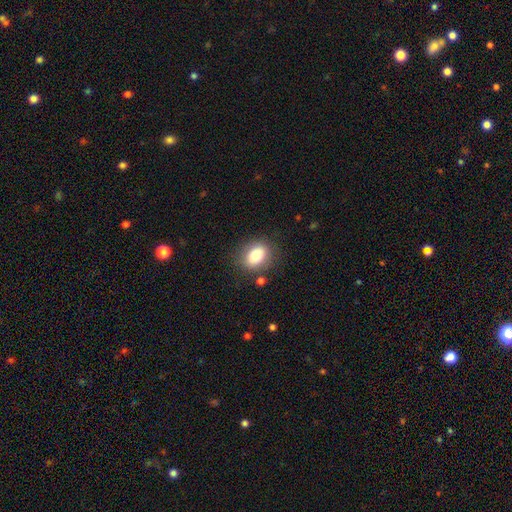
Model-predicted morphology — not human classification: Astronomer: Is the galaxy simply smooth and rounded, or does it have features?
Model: smooth — 78%.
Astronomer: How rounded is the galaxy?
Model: in between — 62%.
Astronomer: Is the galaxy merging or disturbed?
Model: none — 81%.